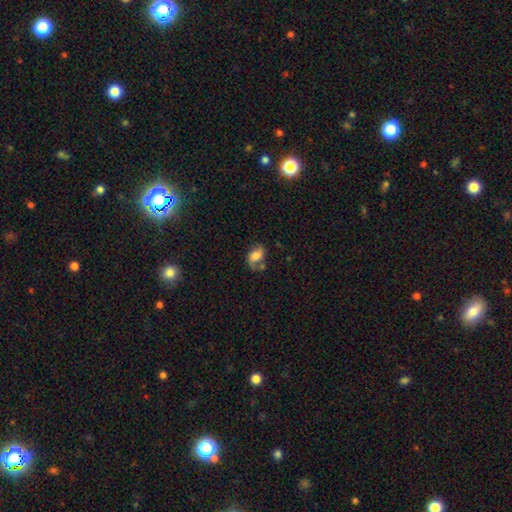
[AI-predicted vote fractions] Overall: featured or disk (49%; smooth 41%). Merging: none (48%; minor disturbance 25%).